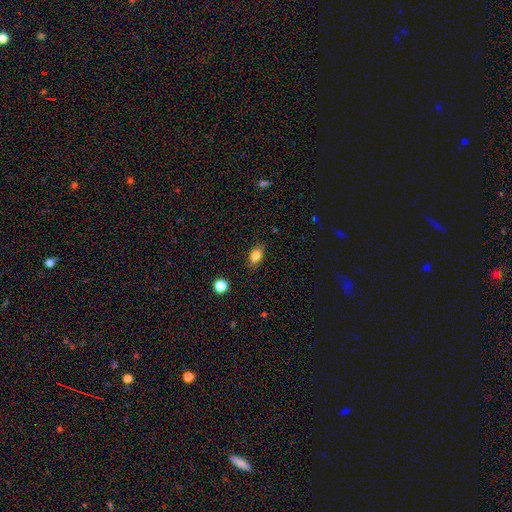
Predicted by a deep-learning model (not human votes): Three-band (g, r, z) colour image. It shows a smooth galaxy with no disk features (82%) that is in between round and cigar-shaped (83%). Merging: none (84%).